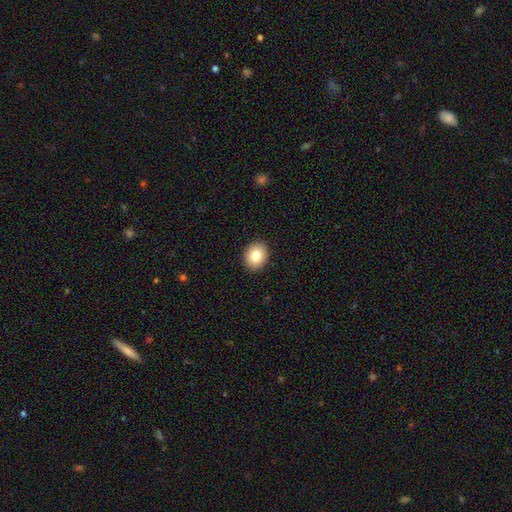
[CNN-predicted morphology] smooth-or-featured: smooth: 82% | featured or disk: 10% | star or artifact: 9%
  how-rounded: round: 54% | in between: 45% | cigar-shaped: 1%
  merging: none: 91% | minor disturbance: 6% | major disturbance: 2% | merger: 1%